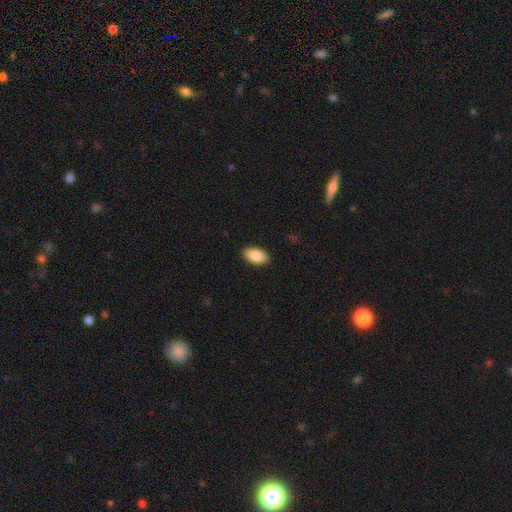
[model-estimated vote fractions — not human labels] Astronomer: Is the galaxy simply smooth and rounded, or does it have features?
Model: smooth — 85%.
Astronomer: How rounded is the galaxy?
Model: in between — 94%.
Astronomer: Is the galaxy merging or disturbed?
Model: none — 90%.